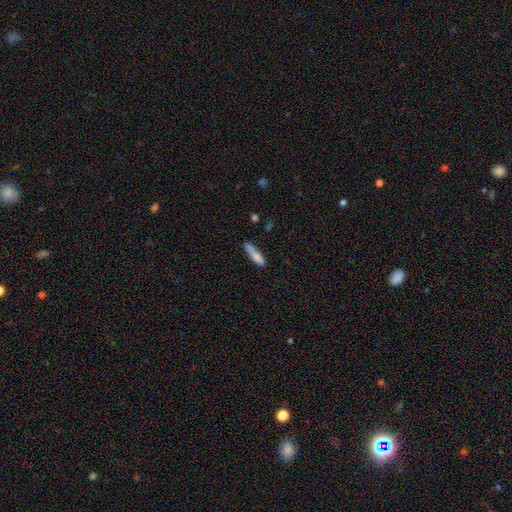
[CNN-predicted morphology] Smooth or featured: smooth — 79% (featured or disk — 14%)
How rounded: cigar-shaped — 80% (in between — 18%)
Merging: none — 65% (minor disturbance — 25%)